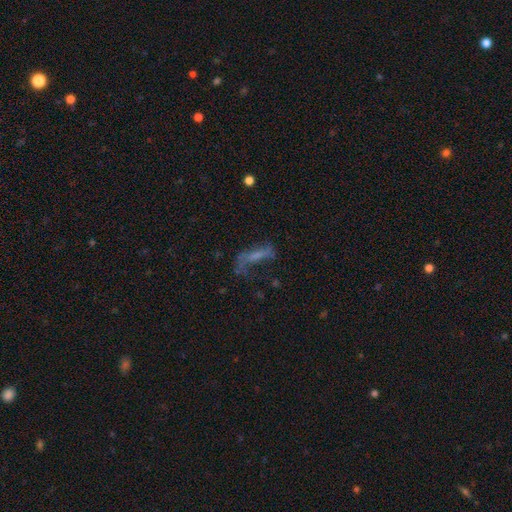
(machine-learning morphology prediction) featured or disk 46%, smooth 36%, star or artifact 18%. Down the decision tree: merging — major disturbance (39%).